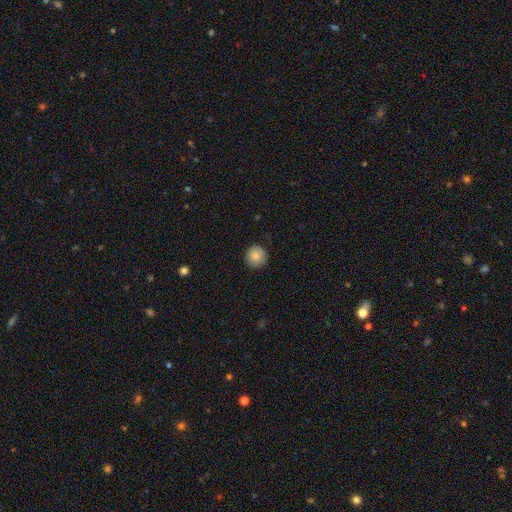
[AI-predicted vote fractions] Smooth or featured: smooth — 87% (star or artifact — 8%)
How rounded: round — 95% (in between — 4%)
Merging: none — 91% (minor disturbance — 6%)